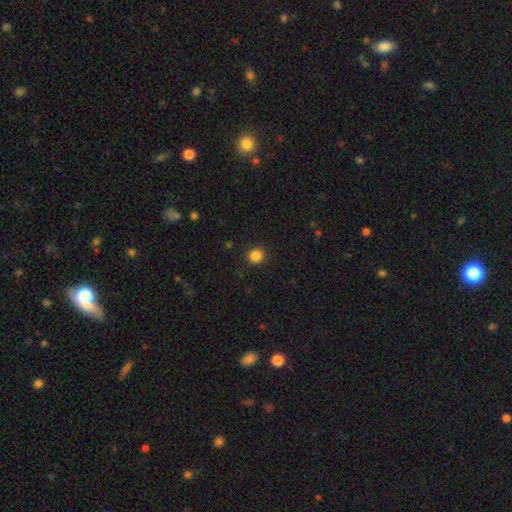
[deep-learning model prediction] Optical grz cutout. It shows a smooth galaxy with no disk features (85%) that is round (87%). Merging: none (91%).